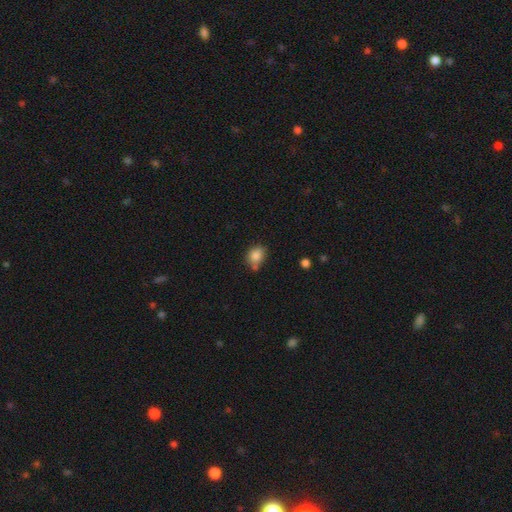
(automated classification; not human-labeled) A smooth galaxy with no disk features (84%) that is in between round and cigar-shaped (49%, tied with round).

Vote fractions:
- Smooth or featured? smooth: 84% / star or artifact: 9% / featured or disk: 6%
- How rounded? in between: 49% (tied) / round: 49% (tied) / cigar-shaped: 1%
- Merging? none: 61% / minor disturbance: 20% / merger: 15% / major disturbance: 5%